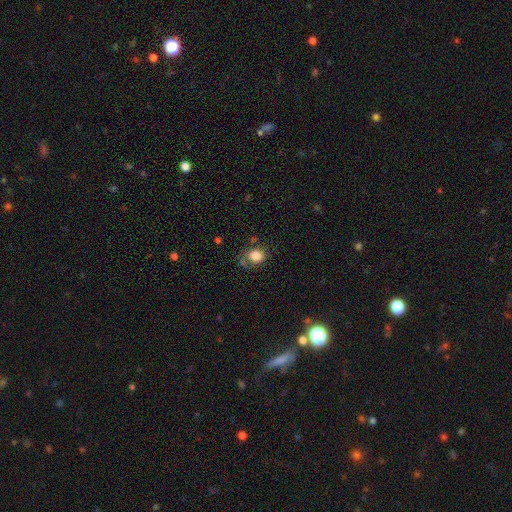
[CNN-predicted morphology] A smooth galaxy with no disk features (82%) that is round (54%). Merging: none (57%).